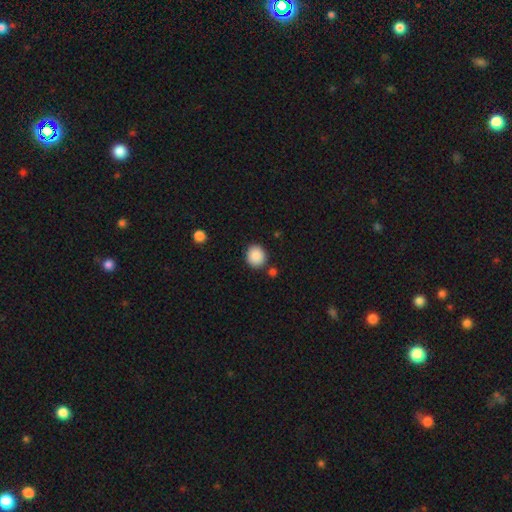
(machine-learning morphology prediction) Smooth or featured: smooth — 89% (star or artifact — 8%)
How rounded: round — 79% (in between — 20%)
Merging: none — 83% (minor disturbance — 9%)